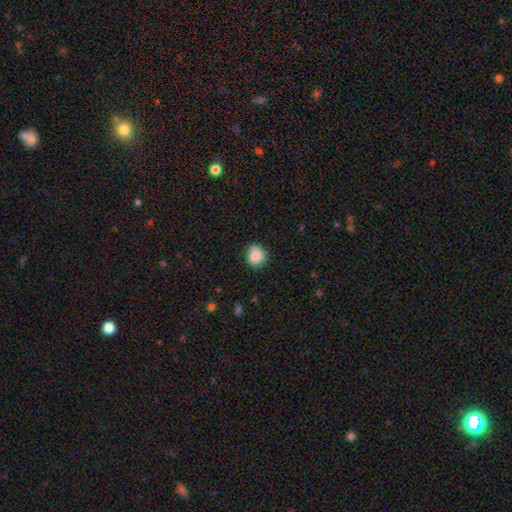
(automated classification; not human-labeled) This is clearly a smooth galaxy (83%). How rounded: likely round (79%). Merging: likely none (71%).